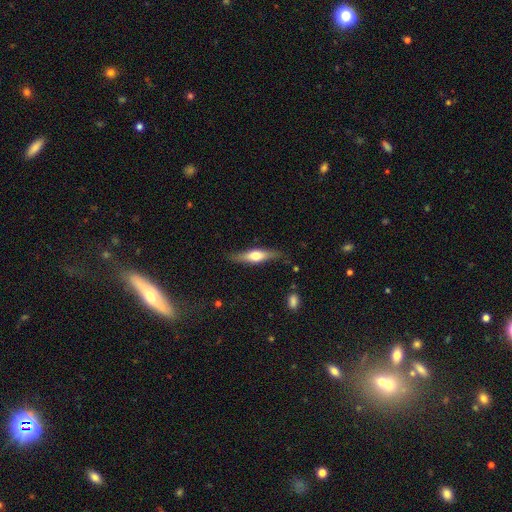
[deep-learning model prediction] A featured or disk galaxy (49%).

Vote fractions:
- Smooth or featured? featured or disk: 49% / smooth: 45% / star or artifact: 6%
- Merging? none: 80% / minor disturbance: 15% / major disturbance: 3% / merger: 2%